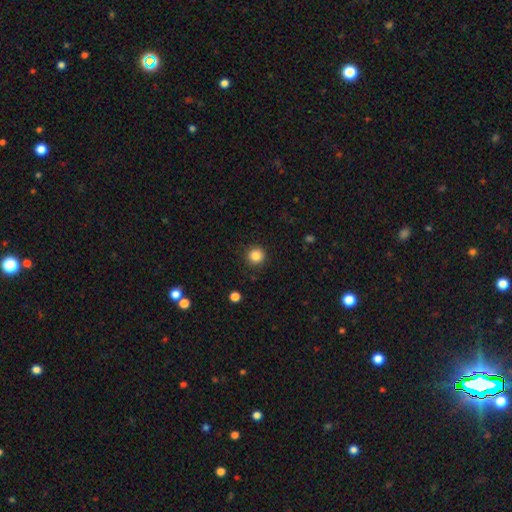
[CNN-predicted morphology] This is clearly a smooth galaxy (86%). How rounded: clearly round (95%). Merging: clearly none (90%).